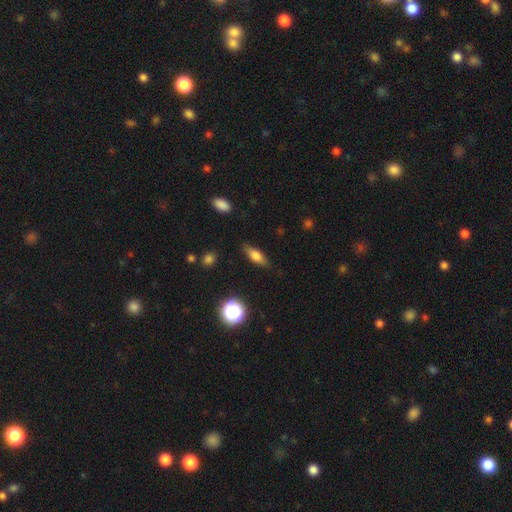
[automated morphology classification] This is likely a smooth galaxy (69%). How rounded: likely in between (63%). Merging: clearly none (83%).